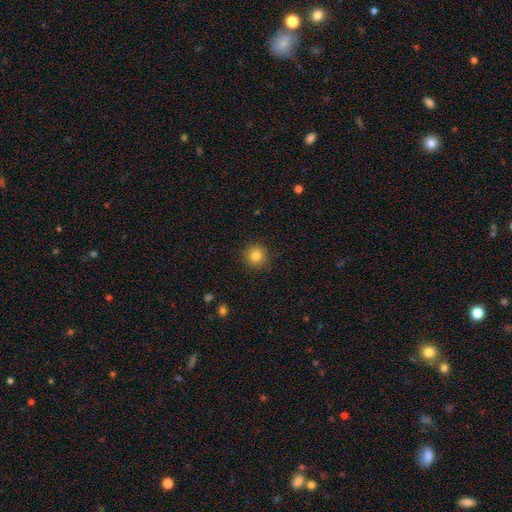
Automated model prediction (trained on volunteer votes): Overall: smooth (83%). How rounded: round (93%). Merging: none (89%).